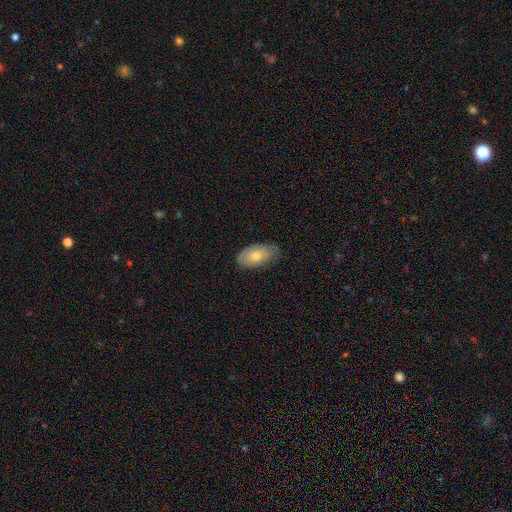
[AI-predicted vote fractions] Q: Smooth or featured?
A: smooth (59%); runner-up: featured or disk (34%)
Q: How rounded?
A: in between (93%); runner-up: round (5%)
Q: Merging?
A: none (73%); runner-up: minor disturbance (22%)